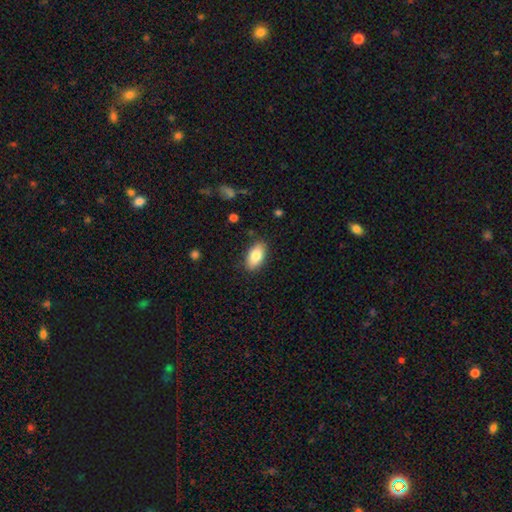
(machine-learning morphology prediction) smooth-or-featured: smooth: 82% | featured or disk: 11% | star or artifact: 7%
  how-rounded: in between: 92% | cigar-shaped: 5% | round: 4%
  merging: none: 86% | minor disturbance: 10% | major disturbance: 2% | merger: 1%